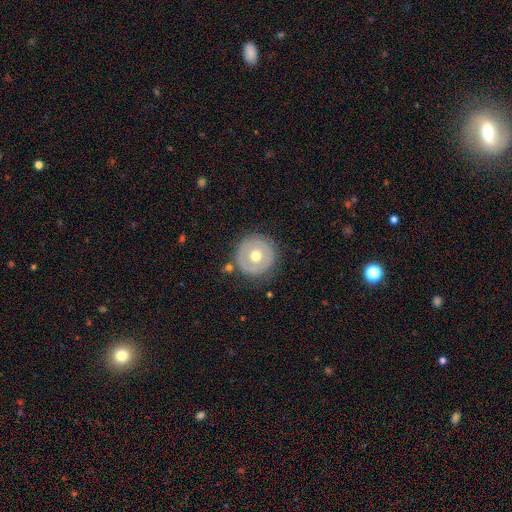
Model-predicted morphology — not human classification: This appears to be a smooth galaxy with no disk features (50%) that is round (96%). Merging: none (83%).